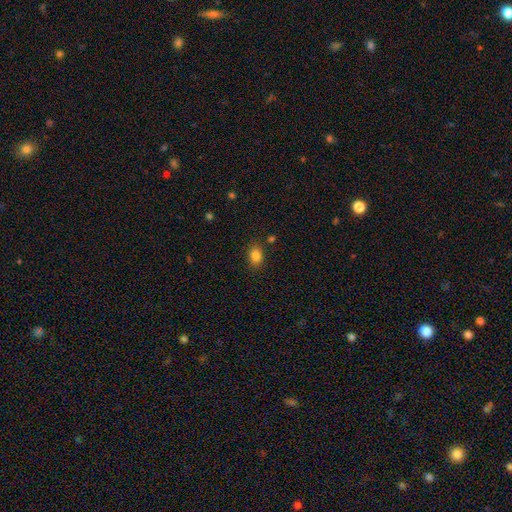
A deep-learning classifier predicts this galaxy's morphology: type=smooth (84%); roundness=in between (74%); merging=none (83%).